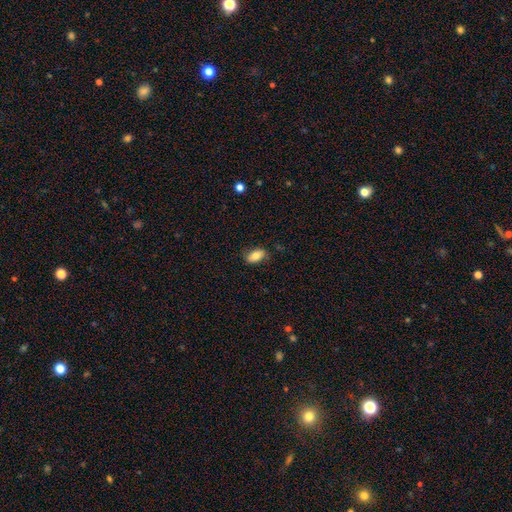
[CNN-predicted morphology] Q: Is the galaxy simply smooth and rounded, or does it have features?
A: smooth — 78%.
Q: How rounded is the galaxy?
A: in between — 91%.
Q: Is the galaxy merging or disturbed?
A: none — 76%.